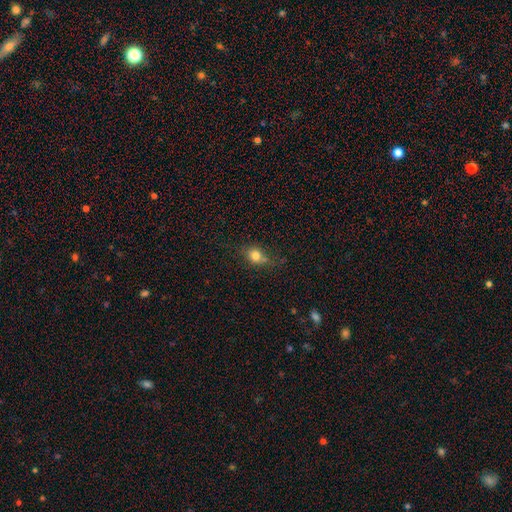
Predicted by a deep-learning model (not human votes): Smooth or featured?
  - smooth: 78% *
  - star or artifact: 12%
  - featured or disk: 10%
How rounded?
  - round: 58% *
  - in between: 40%
  - cigar-shaped: 2%
Merging?
  - none: 58% *
  - minor disturbance: 25%
  - major disturbance: 10%
  - merger: 8%